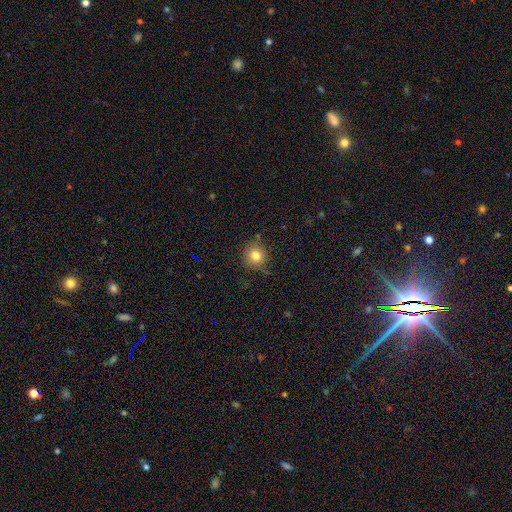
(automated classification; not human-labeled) smooth-or-featured: smooth: 79% | star or artifact: 12% | featured or disk: 9%
  how-rounded: round: 90% | in between: 9% | cigar-shaped: 1%
  merging: none: 78% | minor disturbance: 16% | major disturbance: 4% | merger: 2%